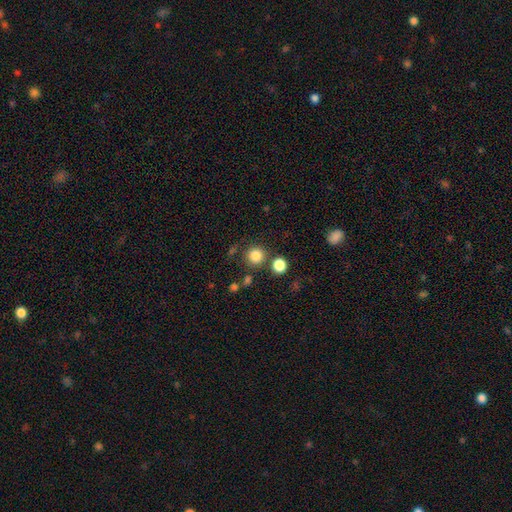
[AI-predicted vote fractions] This is clearly a smooth galaxy (83%). How rounded: clearly round (94%). Merging: clearly none (80%).